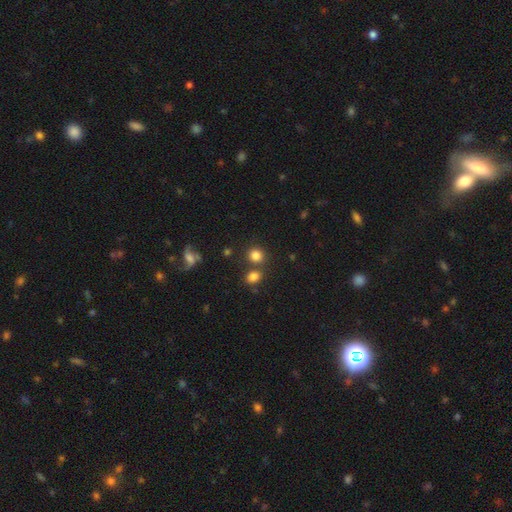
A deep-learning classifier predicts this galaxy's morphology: Smooth or featured?
  - smooth: 82% *
  - star or artifact: 12%
  - featured or disk: 6%
How rounded?
  - round: 78% *
  - in between: 21%
  - cigar-shaped: 1%
Merging?
  - none: 68% *
  - merger: 19%
  - minor disturbance: 9%
  - major disturbance: 4%